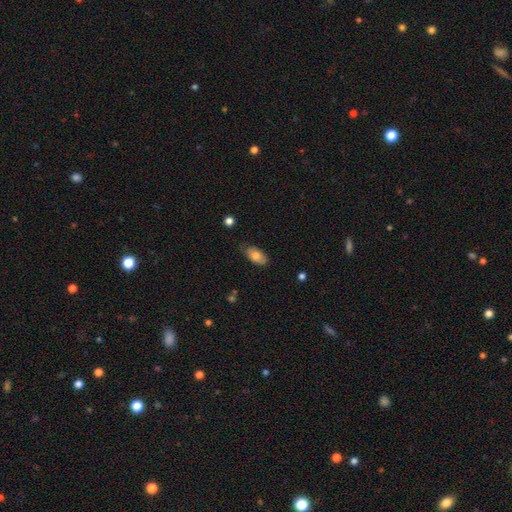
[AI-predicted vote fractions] A smooth galaxy with no disk features (77%) that is in between round and cigar-shaped (91%).

Vote fractions:
- Smooth or featured? smooth: 77% / featured or disk: 16% / star or artifact: 7%
- How rounded? in between: 91% / cigar-shaped: 5% / round: 4%
- Merging? none: 72% / minor disturbance: 23% / major disturbance: 4% / merger: 1%